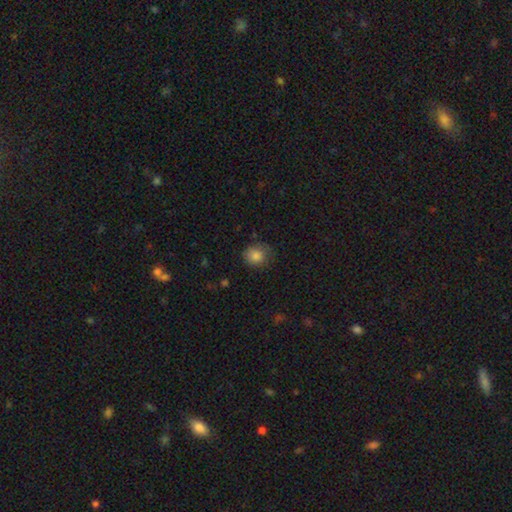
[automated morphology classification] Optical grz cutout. It shows a smooth galaxy with no disk features (85%) that is round (82%). Merging: none (75%).